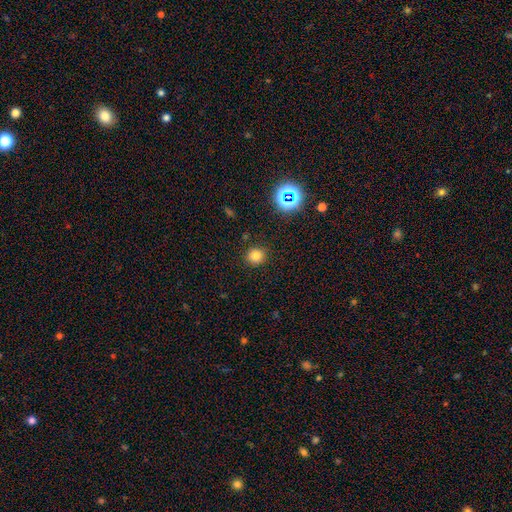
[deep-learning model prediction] This is likely a smooth galaxy (77%). How rounded: clearly round (89%). Merging: clearly none (89%).